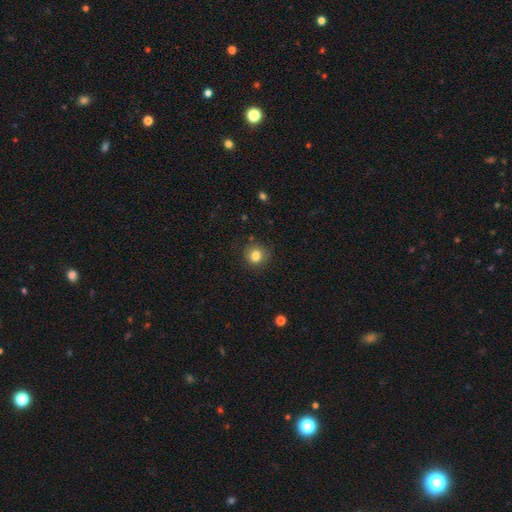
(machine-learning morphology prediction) Smooth or featured? smooth (82%)
How rounded? round (87%)
Merging? none (85%)